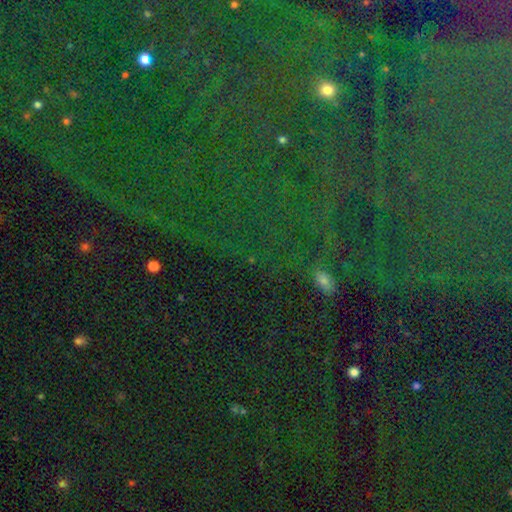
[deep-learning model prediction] A star or artifact, not a galaxy (78%).